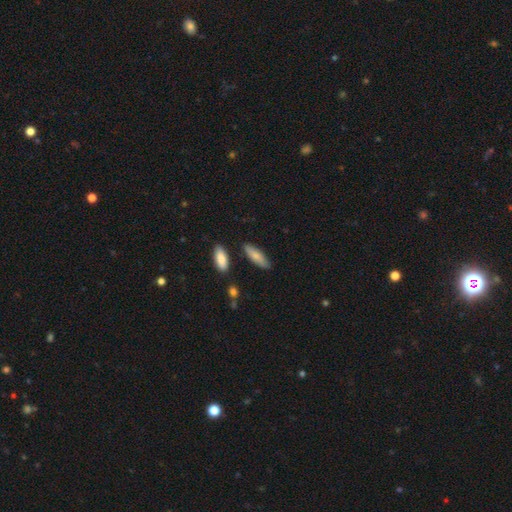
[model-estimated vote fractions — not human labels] This is likely a smooth galaxy (78%). How rounded: possibly in between (52%). Merging: clearly none (81%).